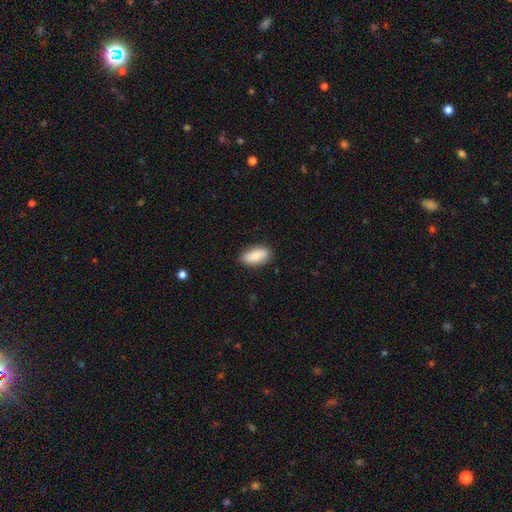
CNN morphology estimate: This is clearly a smooth galaxy (85%). How rounded: clearly in between (90%). Merging: clearly none (85%).